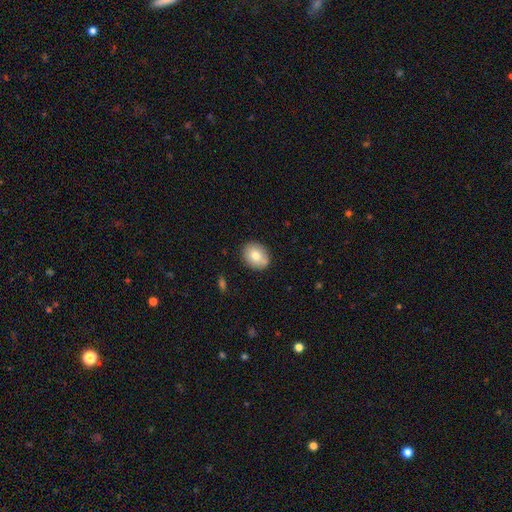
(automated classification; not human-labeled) Smooth or featured? Predicted: smooth (p=0.76). How rounded? Predicted: round (p=0.55). Merging? Predicted: none (p=0.80).